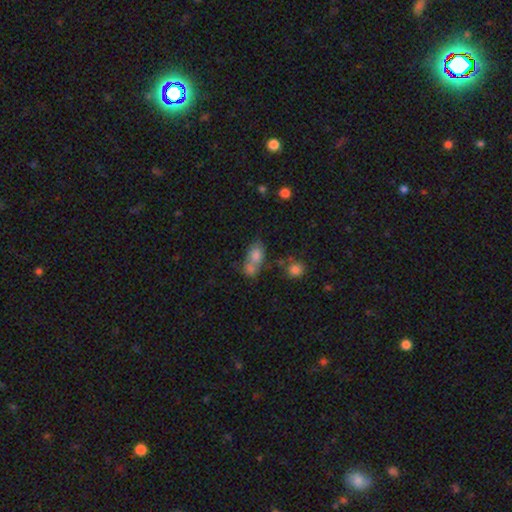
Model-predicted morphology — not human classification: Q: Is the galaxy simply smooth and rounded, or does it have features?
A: smooth — 72%.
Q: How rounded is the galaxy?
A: in between — 75%.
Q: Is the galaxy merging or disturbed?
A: merger — 54%.